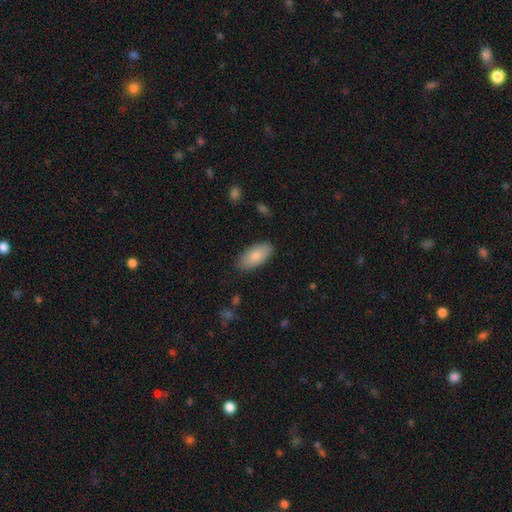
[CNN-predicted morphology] smooth-or-featured: smooth: 82% | featured or disk: 12% | star or artifact: 6%
  how-rounded: in between: 93% | cigar-shaped: 5% | round: 2%
  merging: none: 86% | minor disturbance: 11% | major disturbance: 2% | merger: 1%